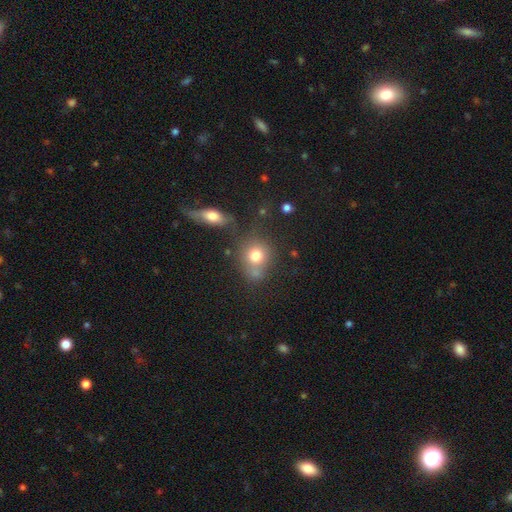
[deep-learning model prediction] A smooth galaxy with no disk features (76%) that is round (69%). Merging: none (54%).